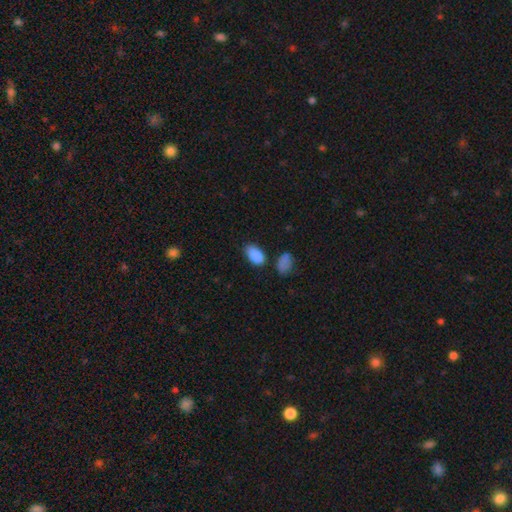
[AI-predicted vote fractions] The model was most divided on "merging": none: 73%, minor disturbance: 18%, merger: 5%, major disturbance: 4%. More confident: how rounded — in between (93%); smooth or featured — smooth (87%).